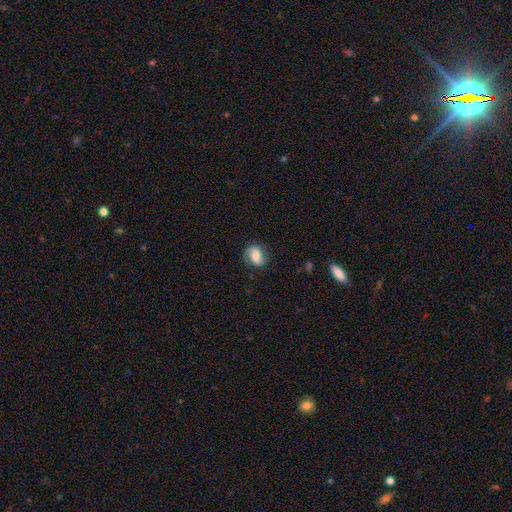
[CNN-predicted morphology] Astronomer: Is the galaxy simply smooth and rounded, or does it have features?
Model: featured or disk — 51% (runner-up: smooth, 40%).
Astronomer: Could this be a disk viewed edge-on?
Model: no — 97%.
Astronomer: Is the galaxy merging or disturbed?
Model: none — 75%.